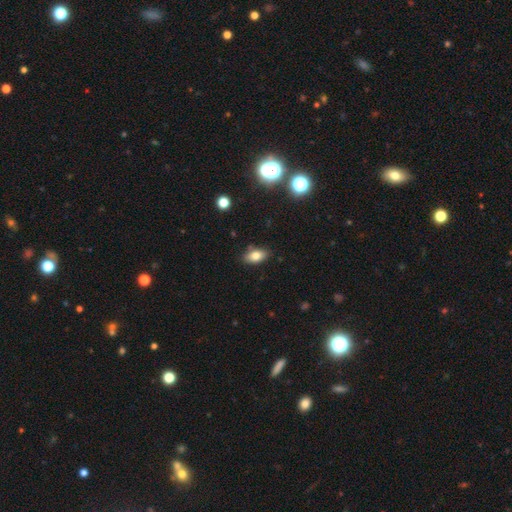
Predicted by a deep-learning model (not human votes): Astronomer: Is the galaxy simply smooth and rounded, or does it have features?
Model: smooth — 78%.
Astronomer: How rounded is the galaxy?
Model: in between — 89%.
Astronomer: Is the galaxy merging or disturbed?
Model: none — 84%.